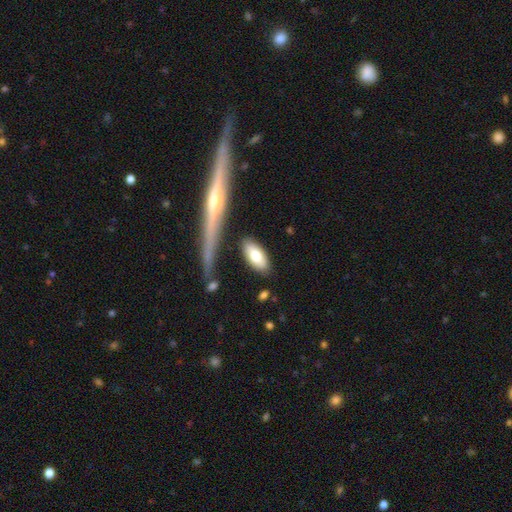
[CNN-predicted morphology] A smooth galaxy with no disk features (76%) that is in between round and cigar-shaped (87%). Merging: none (81%).